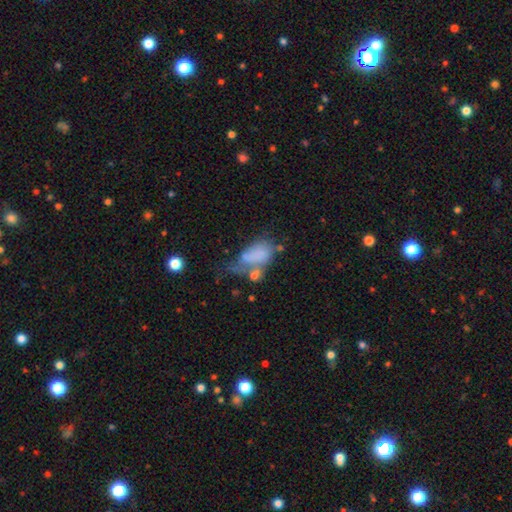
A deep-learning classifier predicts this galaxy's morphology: This is likely a smooth galaxy (64%). How rounded: clearly in between (89%). Merging: marginally major disturbance (38%).